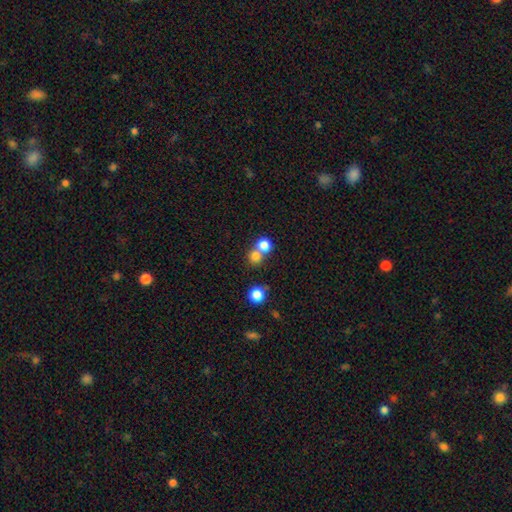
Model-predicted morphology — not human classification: Smooth or featured? Predicted: smooth (p=0.78). How rounded? Predicted: round (p=0.88). Merging? Predicted: none (p=0.47).